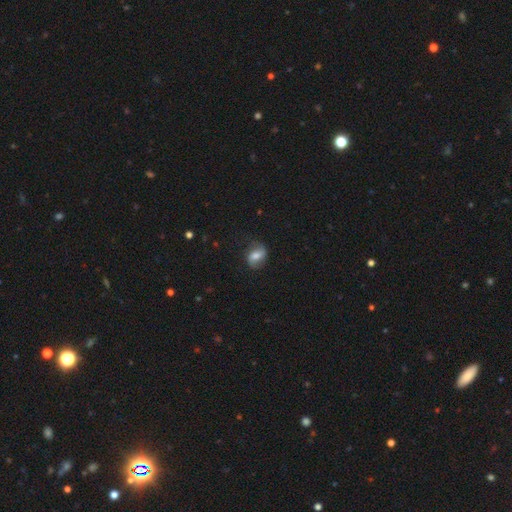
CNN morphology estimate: type=smooth (51%); roundness=in between (69%); merging=none (68%).